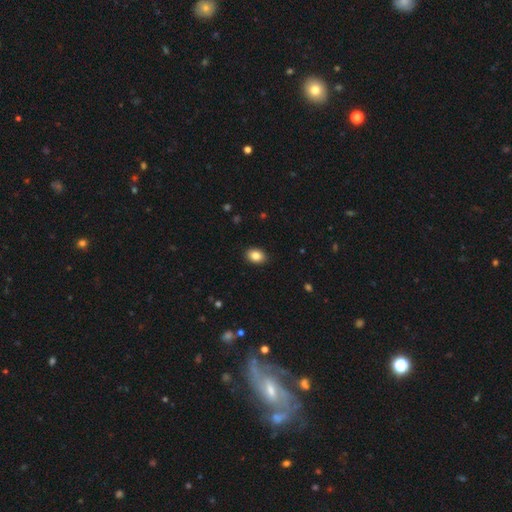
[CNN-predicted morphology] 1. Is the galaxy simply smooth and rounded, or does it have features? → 86% smooth, 8% star or artifact, 6% featured or disk.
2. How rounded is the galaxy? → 76% in between, 23% round, 1% cigar-shaped.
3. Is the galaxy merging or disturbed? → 90% none, 7% minor disturbance, 2% major disturbance, 1% merger.